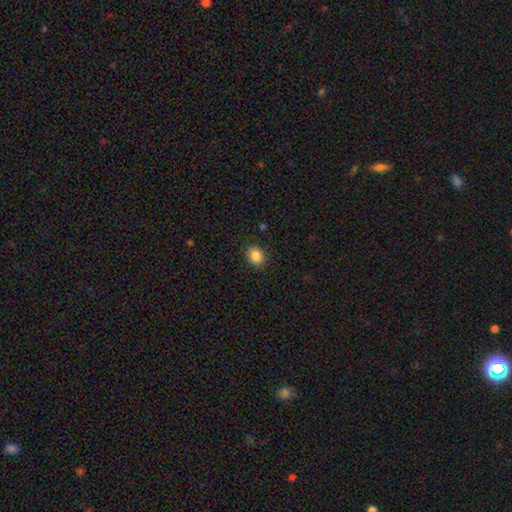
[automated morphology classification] smooth 87%, star or artifact 9%, featured or disk 4%. Down the decision tree: how rounded — in between (56%); merging — none (88%).